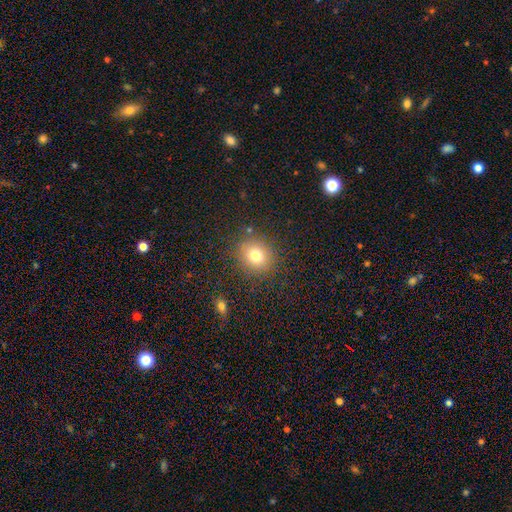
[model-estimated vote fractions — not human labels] This is likely a smooth galaxy (77%). How rounded: clearly round (81%). Merging: clearly none (86%).